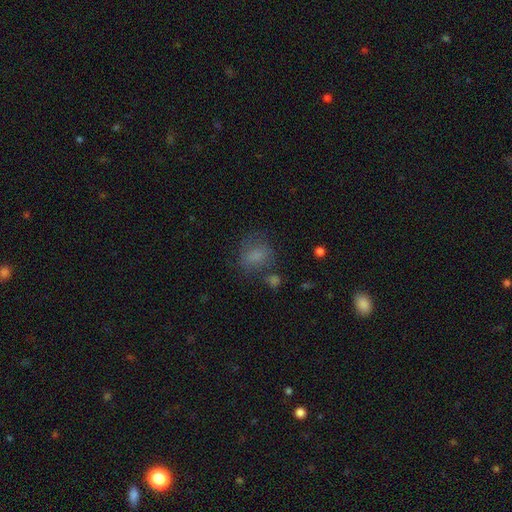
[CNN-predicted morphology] smooth-or-featured: smooth: 71% | featured or disk: 15% | star or artifact: 14%
  how-rounded: round: 54% | in between: 44% | cigar-shaped: 1%
  merging: none: 56% | minor disturbance: 22% | major disturbance: 14% | merger: 9%